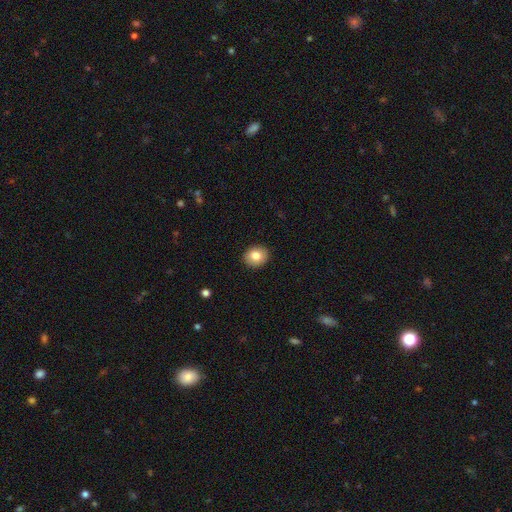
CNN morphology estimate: smooth-or-featured: smooth: 81% | featured or disk: 10% | star or artifact: 9%
  how-rounded: round: 63% | in between: 36% | cigar-shaped: 1%
  merging: none: 91% | minor disturbance: 7% | major disturbance: 2% | merger: 1%